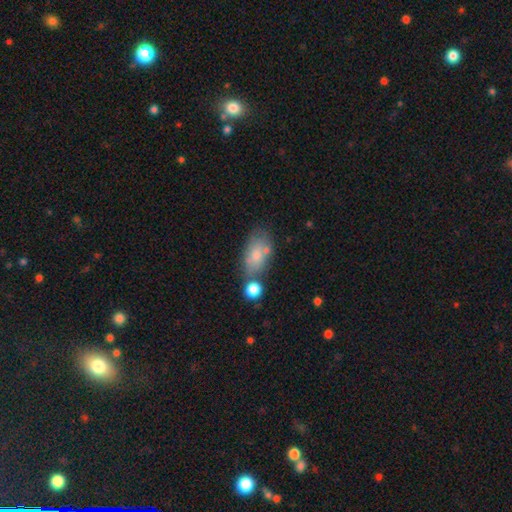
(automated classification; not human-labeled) Q: Smooth or featured?
A: smooth (70%); runner-up: featured or disk (20%)
Q: How rounded?
A: in between (88%); runner-up: round (7%)
Q: Merging?
A: none (54%); runner-up: minor disturbance (22%)